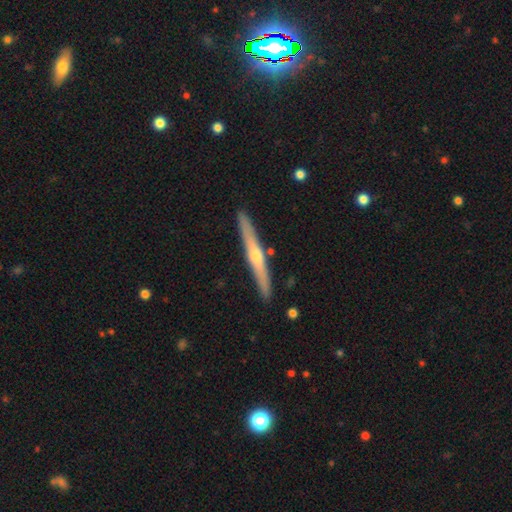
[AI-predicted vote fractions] Smooth or featured: featured or disk — 68% (smooth — 26%)
Edge-on disk: yes — 97% (no — 3%)
Edge-on bulge: rounded — 83% (none — 15%)
Merging: none — 91% (minor disturbance — 6%)